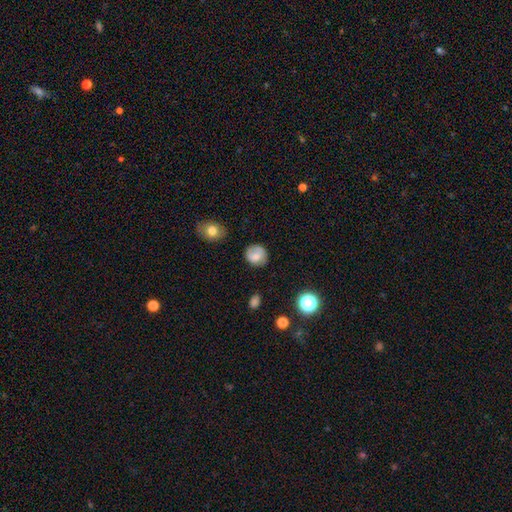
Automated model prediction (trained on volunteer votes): This appears to be a smooth galaxy with no disk features (75%) that is round (82%). Merging: none (77%).